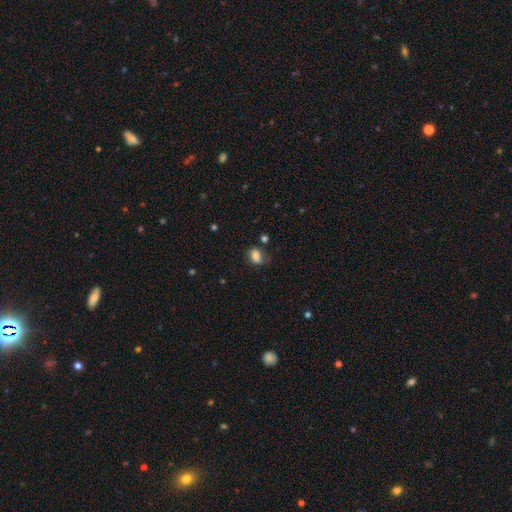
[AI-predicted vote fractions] Morphology: type=smooth (78%); roundness=in between (75%); merging=none (62%).